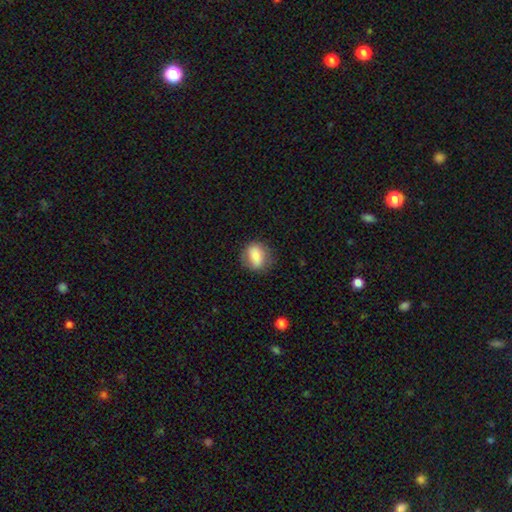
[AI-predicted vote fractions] A smooth galaxy with no disk features (77%) that is round (50%).

Vote fractions:
- Smooth or featured? smooth: 77% / featured or disk: 15% / star or artifact: 8%
- How rounded? round: 50% / in between: 49% / cigar-shaped: 2%
- Merging? none: 76% / minor disturbance: 18% / major disturbance: 6% / merger: 1%